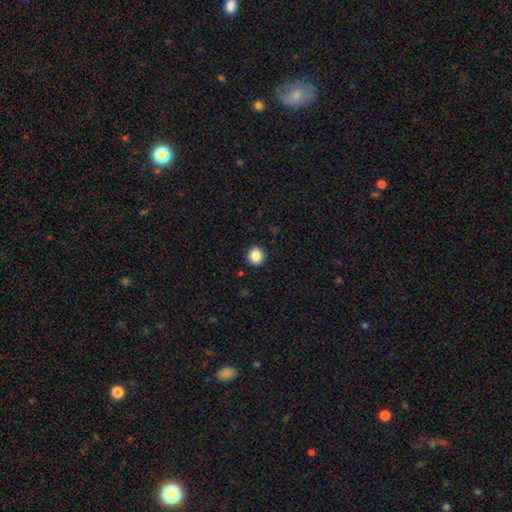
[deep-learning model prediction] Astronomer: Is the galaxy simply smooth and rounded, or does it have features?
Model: smooth — 86%.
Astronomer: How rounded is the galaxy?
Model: round — 91%.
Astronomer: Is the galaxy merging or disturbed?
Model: none — 92%.